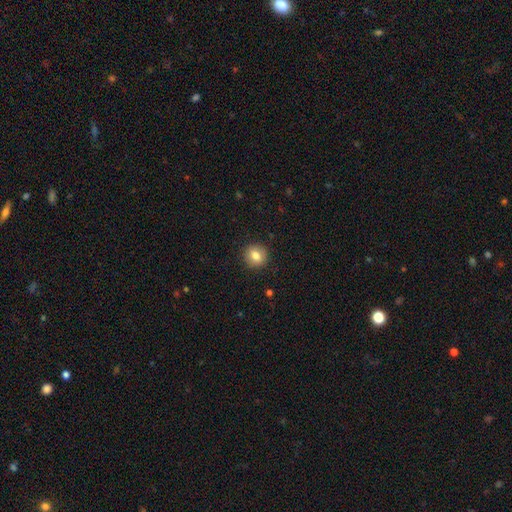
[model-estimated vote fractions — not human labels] A smooth galaxy with no disk features (80%) that is round (88%).

Vote fractions:
- Smooth or featured? smooth: 80% / featured or disk: 11% / star or artifact: 9%
- How rounded? round: 88% / in between: 11% / cigar-shaped: 1%
- Merging? none: 91% / minor disturbance: 6% / major disturbance: 2% / merger: 1%